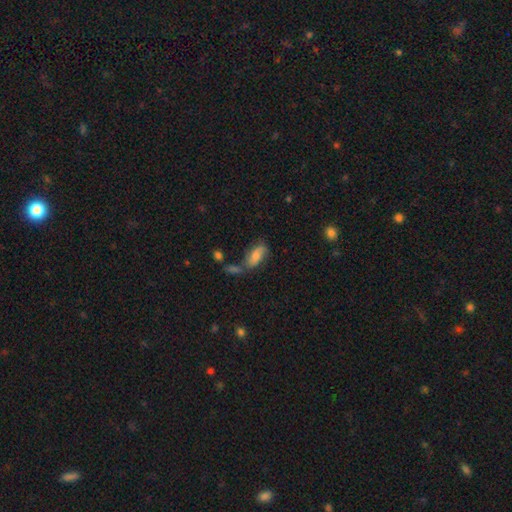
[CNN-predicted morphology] smooth-or-featured: smooth: 64% | featured or disk: 26% | star or artifact: 9%
  how-rounded: in between: 82% | cigar-shaped: 14% | round: 3%
  merging: none: 52% | minor disturbance: 22% | merger: 17% | major disturbance: 9%